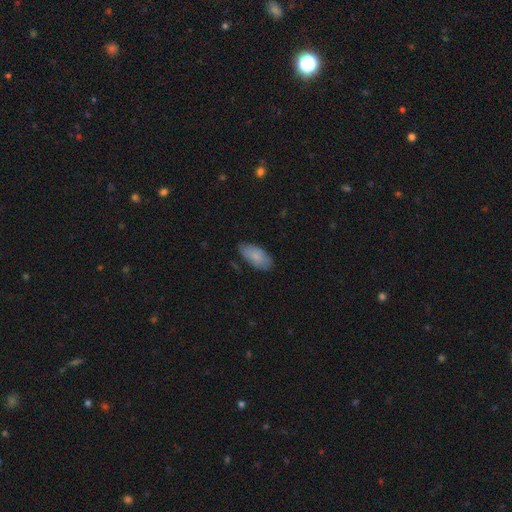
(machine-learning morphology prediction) This is clearly a smooth galaxy (83%). How rounded: clearly in between (93%). Merging: likely none (76%).